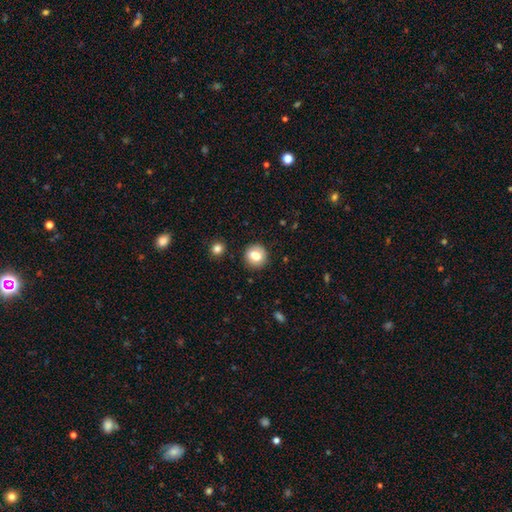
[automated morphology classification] Smooth or featured?
  - smooth: 77% *
  - featured or disk: 14%
  - star or artifact: 10%
How rounded?
  - round: 89% *
  - in between: 10%
  - cigar-shaped: 1%
Merging?
  - none: 88% *
  - minor disturbance: 8%
  - major disturbance: 2%
  - merger: 2%